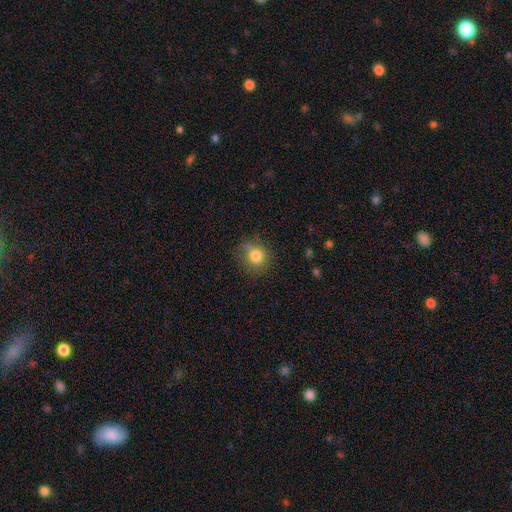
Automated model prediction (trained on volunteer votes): Smooth or featured? smooth (80%)
How rounded? round (84%)
Merging? none (72%)